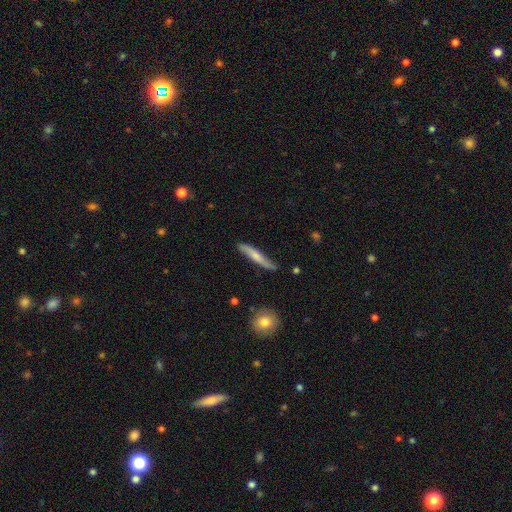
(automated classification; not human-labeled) smooth 50%, featured or disk 45%, star or artifact 5%. Down the decision tree: merging — none (78%).